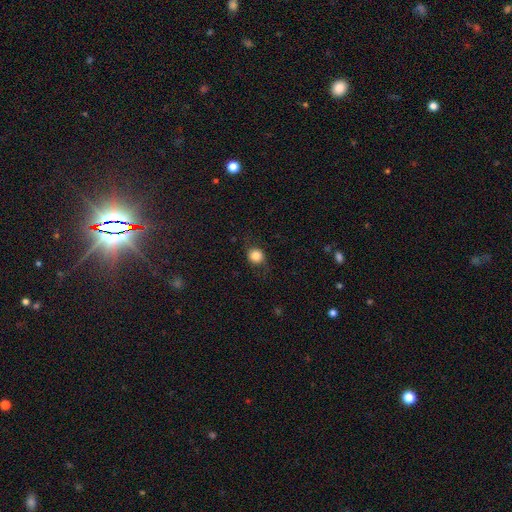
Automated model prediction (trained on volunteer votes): Q: Smooth or featured?
A: smooth (79%); runner-up: featured or disk (12%)
Q: How rounded?
A: round (83%); runner-up: in between (16%)
Q: Merging?
A: none (77%); runner-up: minor disturbance (15%)